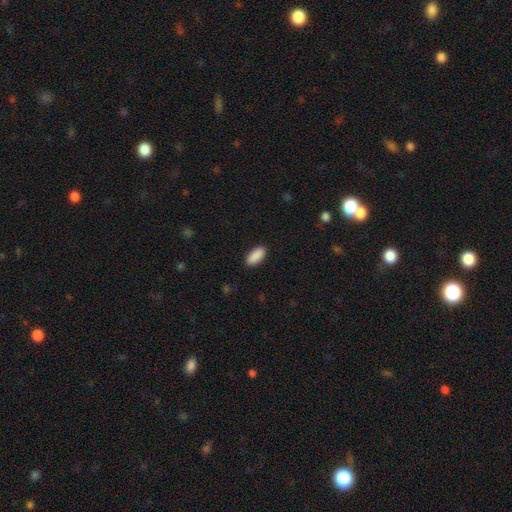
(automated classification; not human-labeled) The model was most divided on "how rounded": in between: 88%, cigar-shaped: 10%, round: 2%. More confident: smooth or featured — smooth (91%); merging — none (90%).